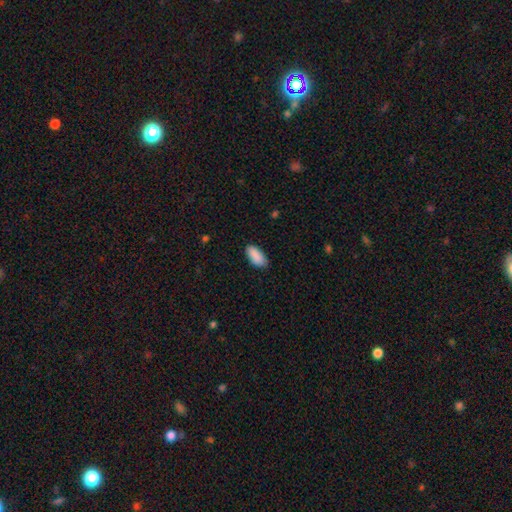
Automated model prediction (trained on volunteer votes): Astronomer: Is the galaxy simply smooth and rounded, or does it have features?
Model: smooth — 89%.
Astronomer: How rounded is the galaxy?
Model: in between — 89%.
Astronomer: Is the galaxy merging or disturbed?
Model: none — 81%.